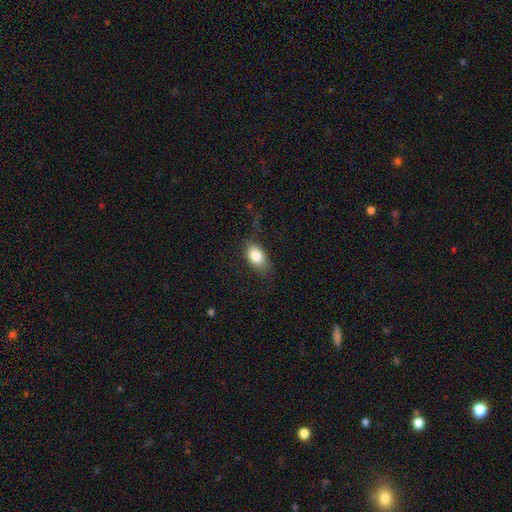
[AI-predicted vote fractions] The model was most divided on "merging": none: 70%, minor disturbance: 20%, major disturbance: 9%, merger: 1%. More confident: how rounded — in between (86%); smooth or featured — smooth (81%).